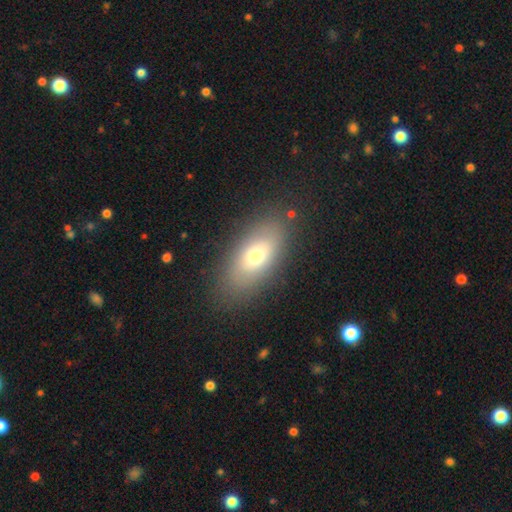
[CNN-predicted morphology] Smooth or featured: smooth — 69% (featured or disk — 22%)
How rounded: in between — 86% (cigar-shaped — 9%)
Merging: none — 82% (minor disturbance — 12%)